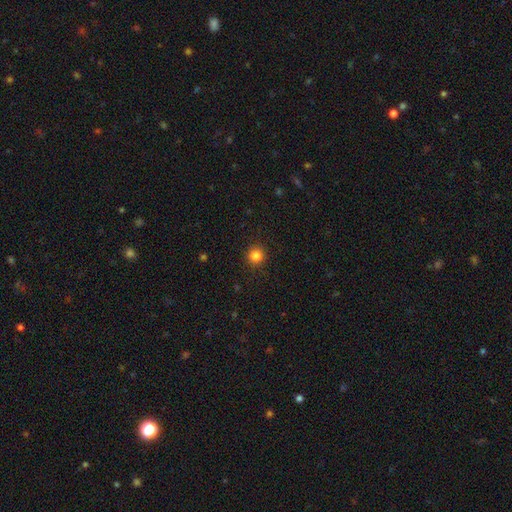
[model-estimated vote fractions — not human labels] Overall: smooth (84%). How rounded: round (95%). Merging: none (92%).